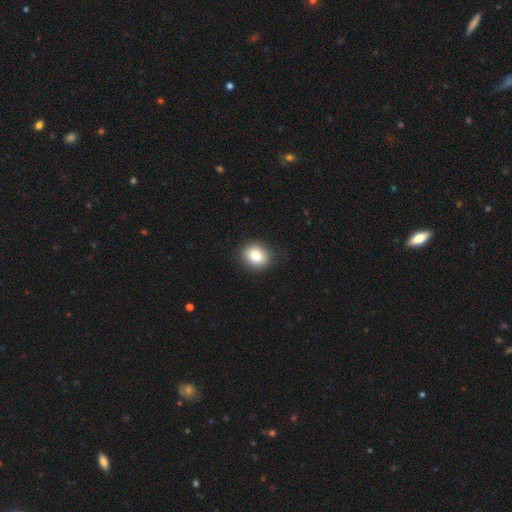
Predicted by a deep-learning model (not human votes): Smooth or featured? smooth (82%)
How rounded? round (67%)
Merging? none (85%)